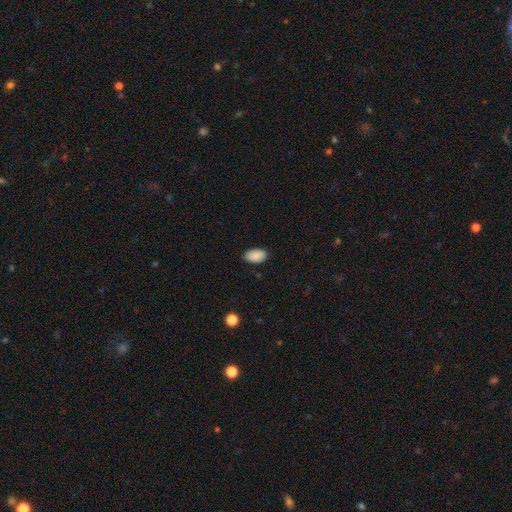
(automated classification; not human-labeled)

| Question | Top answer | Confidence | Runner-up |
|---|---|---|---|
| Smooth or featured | smooth | 89% | star or artifact (7%) |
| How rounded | in between | 94% | round (5%) |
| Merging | none | 85% | minor disturbance (12%) |